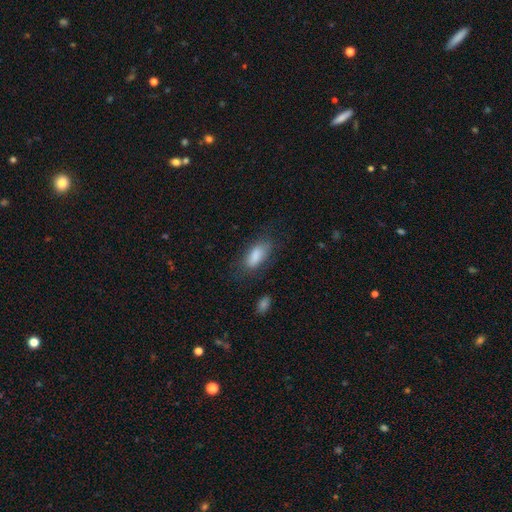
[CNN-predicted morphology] type=smooth (83%); roundness=in between (86%); merging=none (66%).